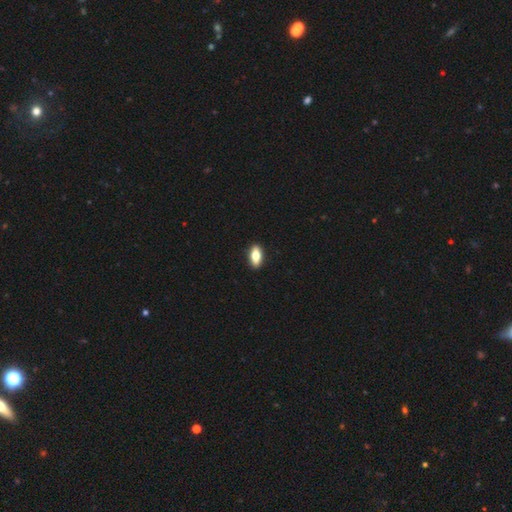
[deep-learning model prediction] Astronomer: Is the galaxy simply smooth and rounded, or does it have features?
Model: smooth — 74%.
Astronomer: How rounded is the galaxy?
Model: in between — 83%.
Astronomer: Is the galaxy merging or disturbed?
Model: none — 91%.